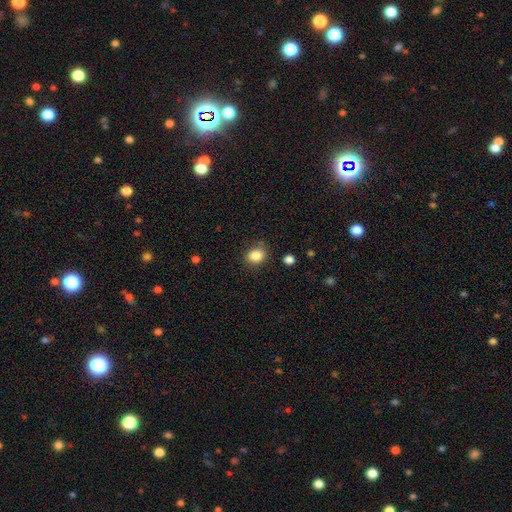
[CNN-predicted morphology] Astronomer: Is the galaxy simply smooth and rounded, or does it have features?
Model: smooth — 85%.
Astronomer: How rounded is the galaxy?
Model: round — 50% (runner-up: in between, 49%).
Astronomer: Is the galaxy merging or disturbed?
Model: none — 79%.